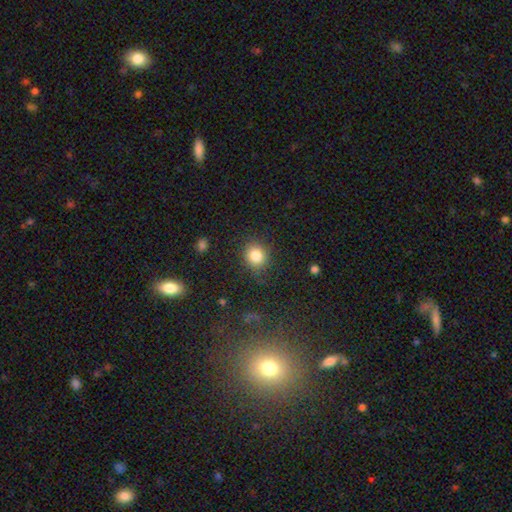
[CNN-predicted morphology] smooth 84%, star or artifact 11%, featured or disk 6%. Down the decision tree: how rounded — round (79%); merging — none (84%).